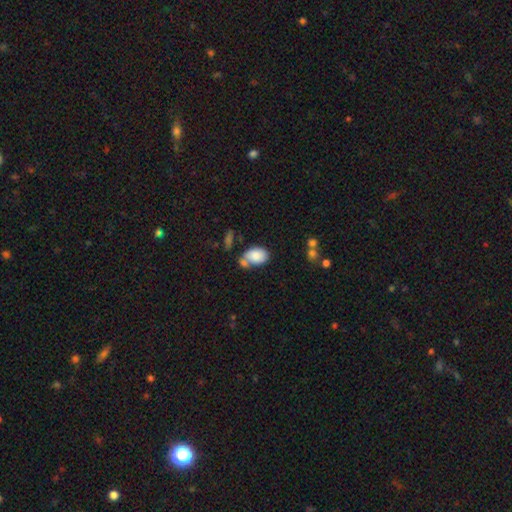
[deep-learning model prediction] Morphology: type=smooth (83%); roundness=in between (88%); merging=none (45%).